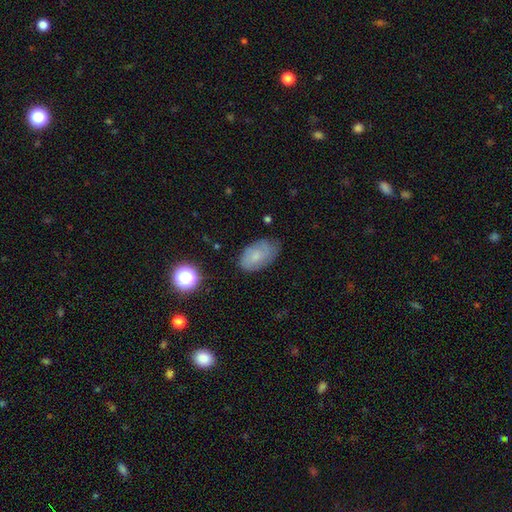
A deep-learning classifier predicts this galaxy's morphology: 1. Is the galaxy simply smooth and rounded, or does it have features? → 57% smooth, 32% featured or disk, 10% star or artifact.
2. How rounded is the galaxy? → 90% in between, 8% round, 2% cigar-shaped.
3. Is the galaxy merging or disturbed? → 65% none, 27% minor disturbance, 7% major disturbance, 2% merger.